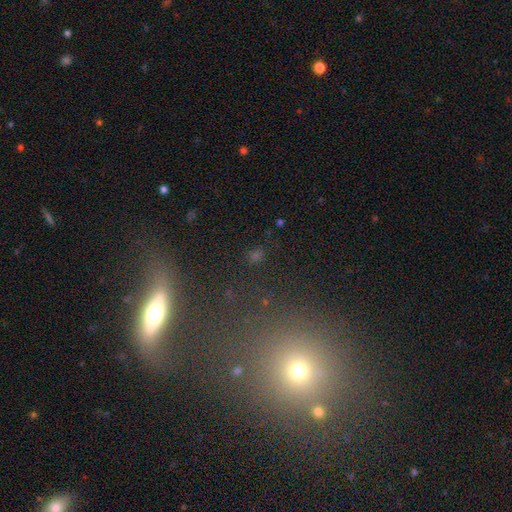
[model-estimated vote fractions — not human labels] smooth 46%, star or artifact 40%, featured or disk 14%. Down the decision tree: merging — none (79%).